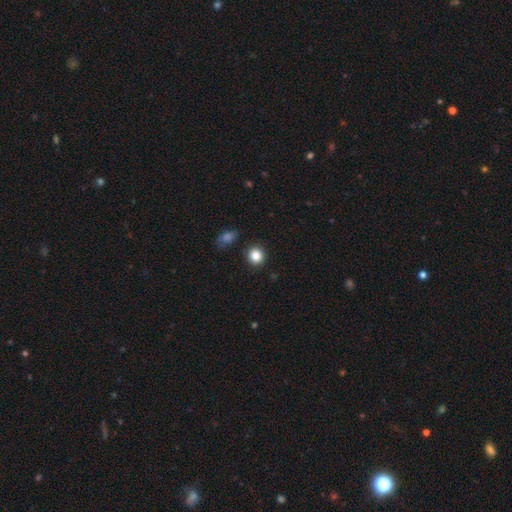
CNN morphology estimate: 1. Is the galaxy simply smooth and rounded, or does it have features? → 85% smooth, 10% star or artifact, 4% featured or disk.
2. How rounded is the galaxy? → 89% round, 10% in between, 1% cigar-shaped.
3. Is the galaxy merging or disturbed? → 89% none, 6% minor disturbance, 2% merger, 2% major disturbance.